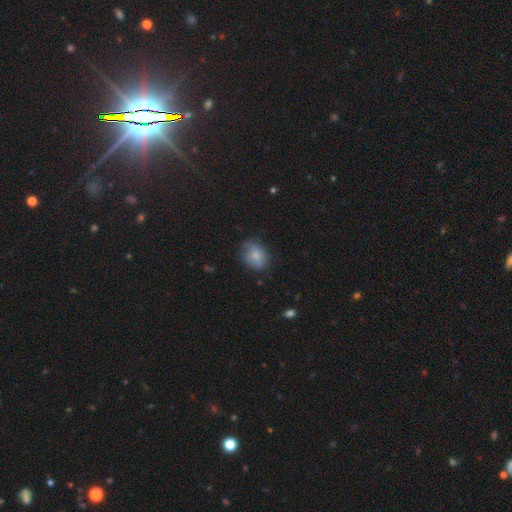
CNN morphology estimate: This appears to be a smooth galaxy with no disk features (80%) that is in between round and cigar-shaped (57%). Merging: none (71%).